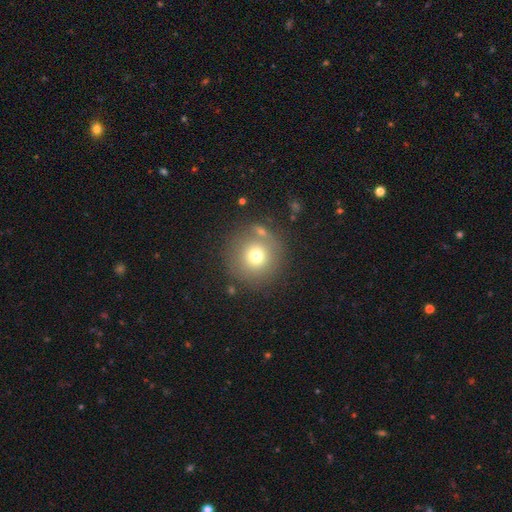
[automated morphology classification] smooth-or-featured: smooth: 71% | featured or disk: 15% | star or artifact: 14%
  how-rounded: round: 95% | in between: 4% | cigar-shaped: 1%
  merging: none: 77% | minor disturbance: 10% | merger: 9% | major disturbance: 5%